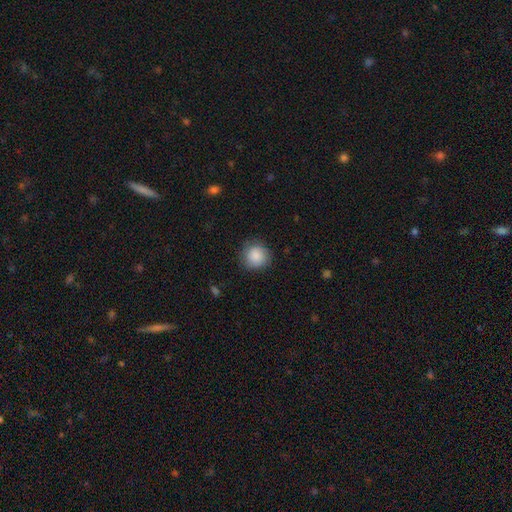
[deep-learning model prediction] This appears to be a smooth galaxy with no disk features (88%) that is round (92%). Merging: none (84%).